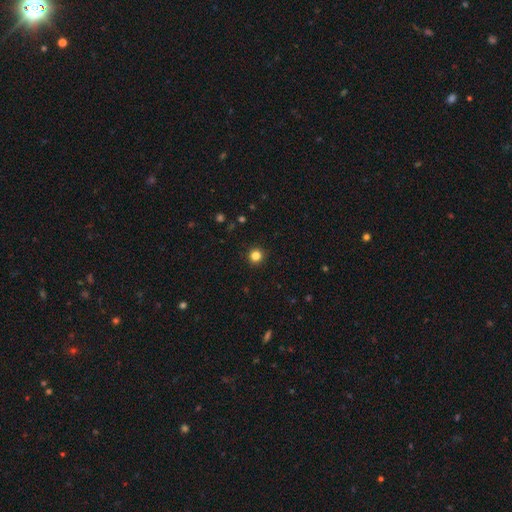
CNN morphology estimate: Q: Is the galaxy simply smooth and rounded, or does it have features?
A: smooth — 83%.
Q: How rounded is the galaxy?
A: round — 95%.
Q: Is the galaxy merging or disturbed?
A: none — 93%.